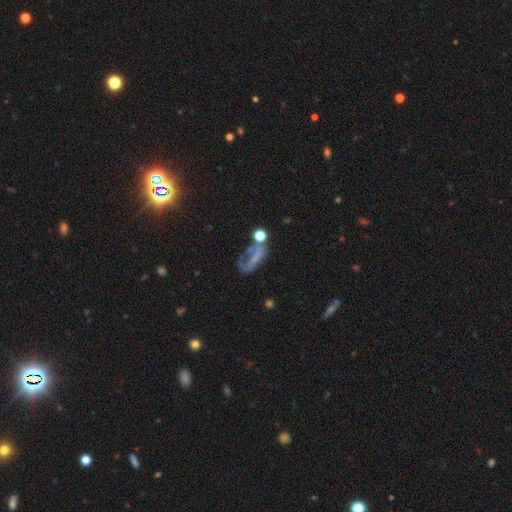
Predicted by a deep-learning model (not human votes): Morphology: type=featured or disk (41%); merging=major disturbance (41%).